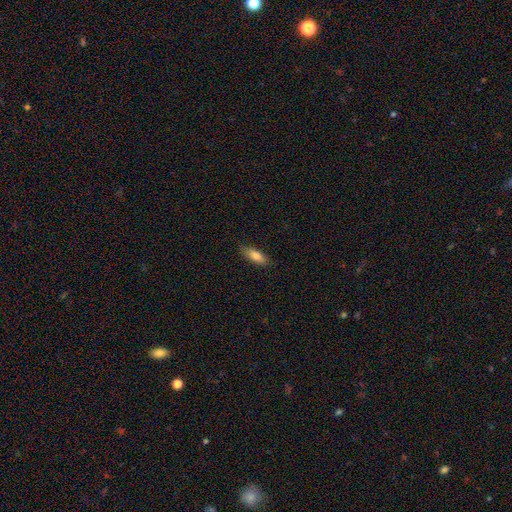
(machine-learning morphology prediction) This appears to be a smooth galaxy with no disk features (82%) that is in between round and cigar-shaped (64%). Merging: none (85%).